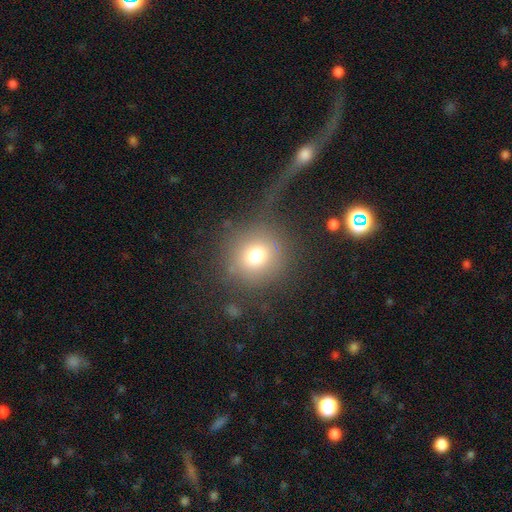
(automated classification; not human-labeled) Smooth or featured? smooth (74%)
How rounded? round (90%)
Merging? none (66%)